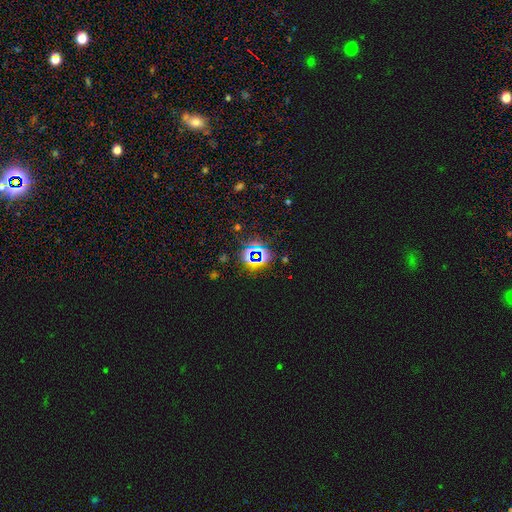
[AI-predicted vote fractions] smooth-or-featured: star or artifact: 79% | smooth: 13% | featured or disk: 8%